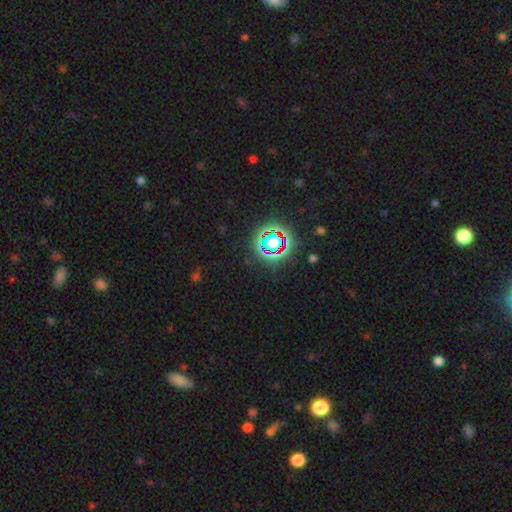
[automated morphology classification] The model was most divided on "smooth or featured": star or artifact: 77%, smooth: 15%, featured or disk: 8%.